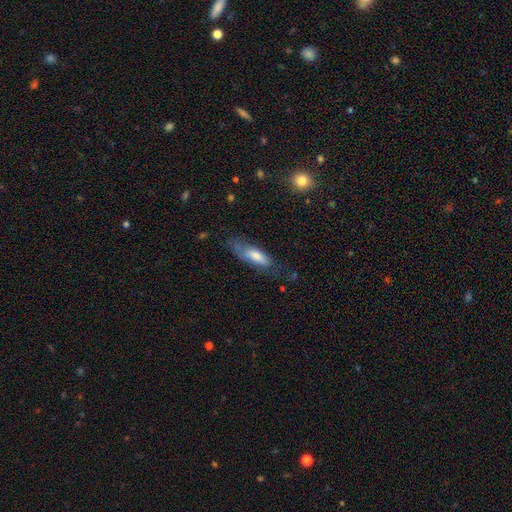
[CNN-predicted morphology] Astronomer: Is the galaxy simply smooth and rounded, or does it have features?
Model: smooth — 67%.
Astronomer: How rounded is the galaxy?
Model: in between — 56% (runner-up: cigar-shaped, 42%).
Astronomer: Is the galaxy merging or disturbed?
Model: none — 54% (runner-up: minor disturbance, 29%).